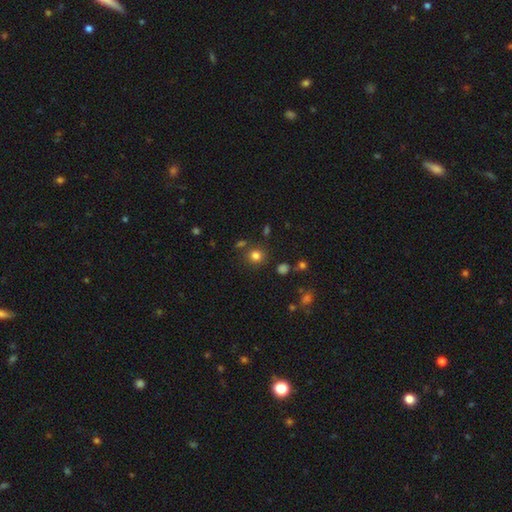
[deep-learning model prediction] A smooth galaxy with no disk features (80%) that is round (87%). Merging: none (81%).